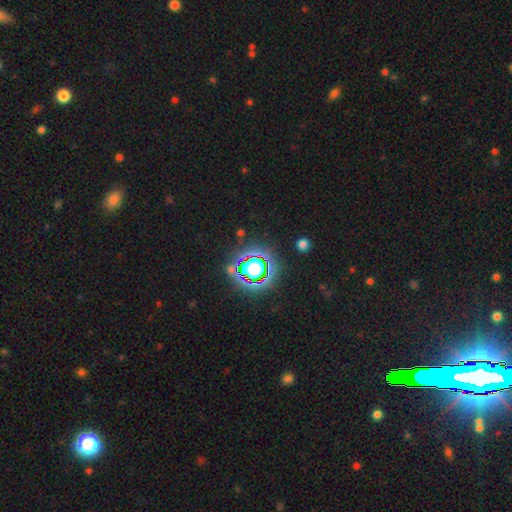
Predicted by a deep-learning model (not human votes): The model was most divided on "smooth or featured": star or artifact: 80%, smooth: 13%, featured or disk: 7%.